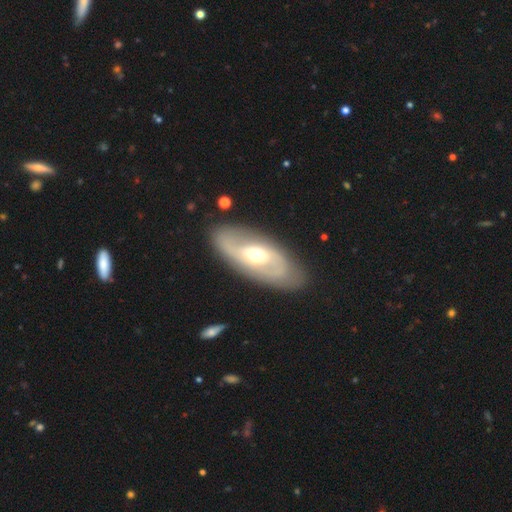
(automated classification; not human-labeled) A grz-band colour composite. It shows a featured or disk galaxy (71%) with no bar (56%), spiral arms (68%) and a moderate central bulge (72%). Merging: none (82%).